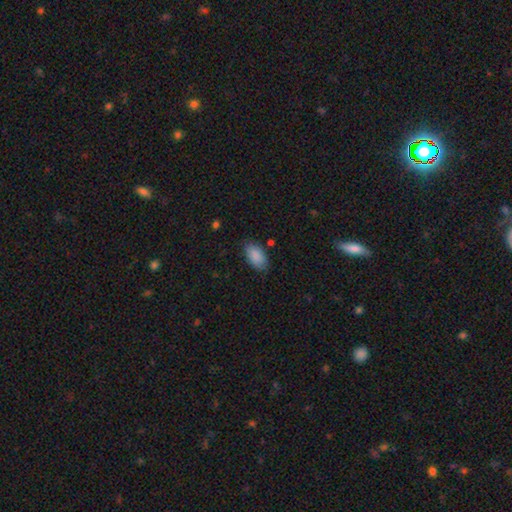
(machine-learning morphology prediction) A smooth galaxy with no disk features (88%) that is in between round and cigar-shaped (94%). Merging: none (78%).